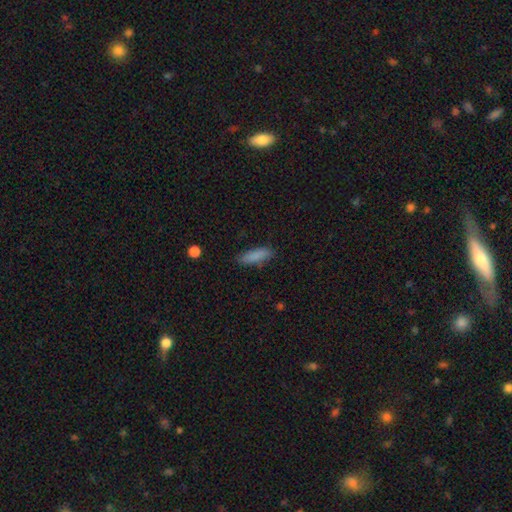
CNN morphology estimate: smooth_or_featured: smooth (p=0.86) [alt: star or artifact p=0.07]
how_rounded: cigar-shaped (p=0.50) [alt: in between p=0.49]
merging: none (p=0.82) [alt: minor disturbance p=0.13]